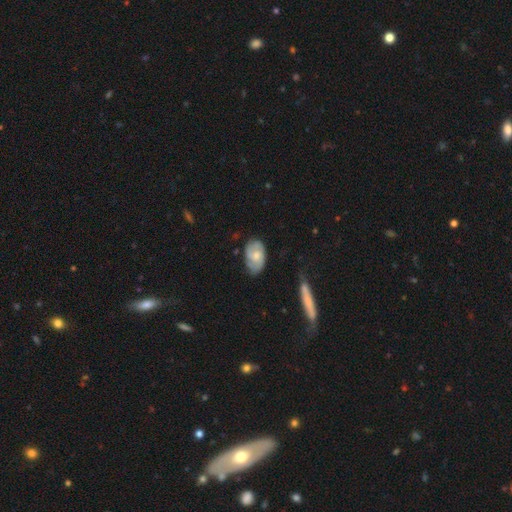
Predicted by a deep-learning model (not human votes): smooth_or_featured: featured or disk (p=0.53) [alt: smooth p=0.41]
disk_edge_on: no (p=0.95) [alt: yes p=0.05]
bar: no (p=0.69) [alt: weak p=0.28]
has_spiral_arms: yes (p=0.83) [alt: no p=0.17]
bulge_size: moderate (p=0.47) [alt: small p=0.44]
merging: none (p=0.63) [alt: minor disturbance p=0.28]